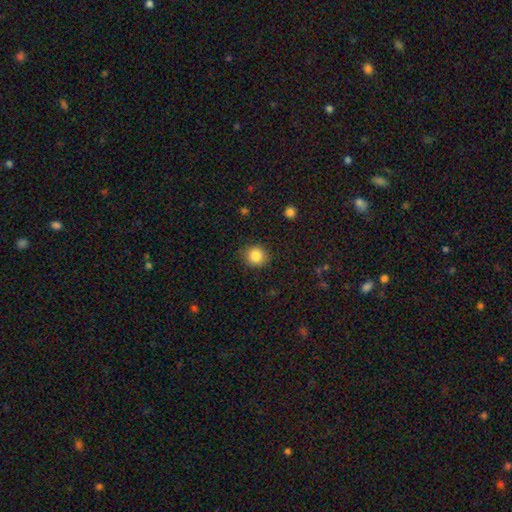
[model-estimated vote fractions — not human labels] smooth-or-featured: smooth: 85% | star or artifact: 10% | featured or disk: 5%
  how-rounded: round: 87% | in between: 12% | cigar-shaped: 1%
  merging: none: 88% | minor disturbance: 8% | major disturbance: 2% | merger: 1%